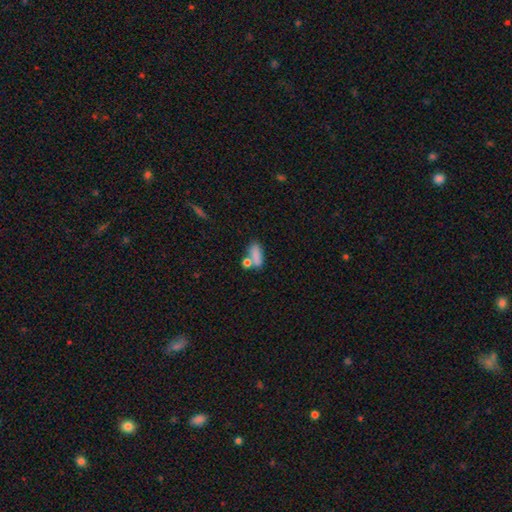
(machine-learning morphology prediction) Smooth or featured?
  - smooth: 81% *
  - star or artifact: 10%
  - featured or disk: 9%
How rounded?
  - in between: 73% *
  - cigar-shaped: 19%
  - round: 8%
Merging?
  - none: 50% *
  - merger: 29%
  - minor disturbance: 15%
  - major disturbance: 7%